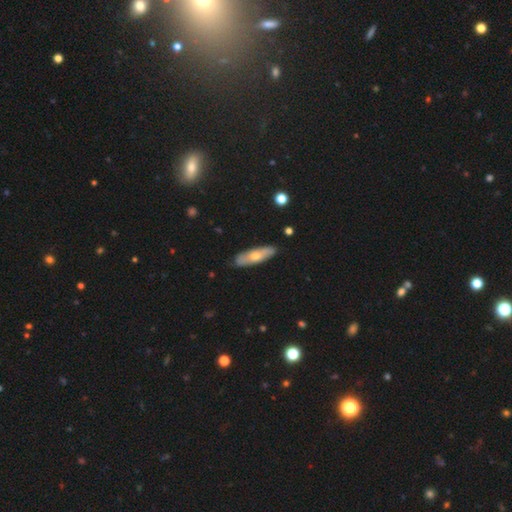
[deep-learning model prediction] Smooth or featured: smooth — 52% (featured or disk — 43%)
How rounded: cigar-shaped — 52% (in between — 45%)
Merging: none — 87% (minor disturbance — 10%)